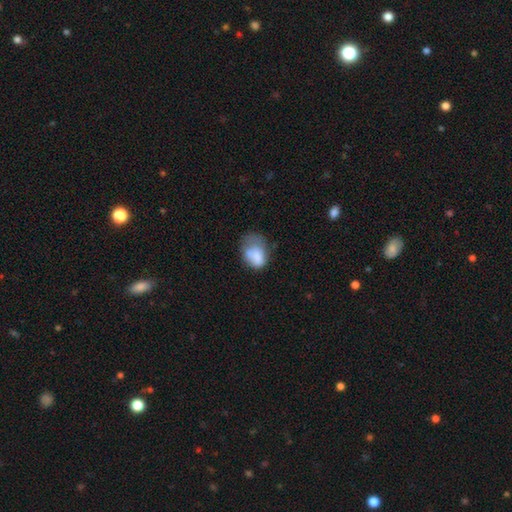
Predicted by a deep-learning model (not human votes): Morphology: type=smooth (70%); roundness=in between (72%); merging=minor disturbance (33%).